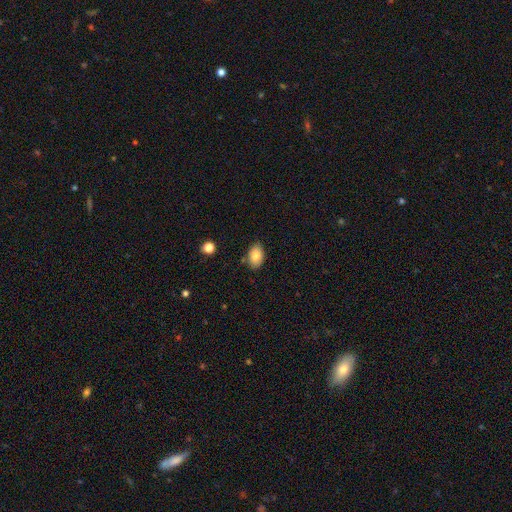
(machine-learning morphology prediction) The model was most divided on "merging": none: 83%, minor disturbance: 12%, merger: 3%, major disturbance: 2%. More confident: how rounded — in between (89%); smooth or featured — smooth (83%).